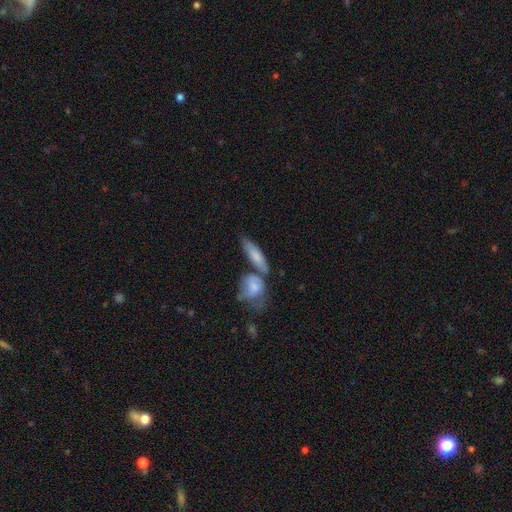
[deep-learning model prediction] This is likely a smooth galaxy (74%). How rounded: possibly cigar-shaped (51%). Merging: possibly none (51%).